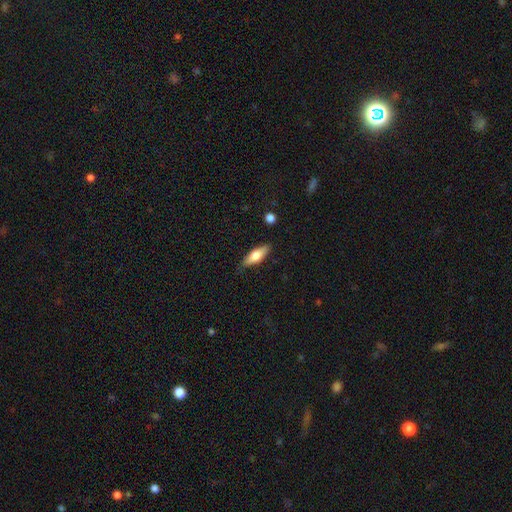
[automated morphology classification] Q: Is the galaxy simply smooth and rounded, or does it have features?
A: smooth — 68%.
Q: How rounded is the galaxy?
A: in between — 56%.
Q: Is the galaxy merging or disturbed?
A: none — 81%.